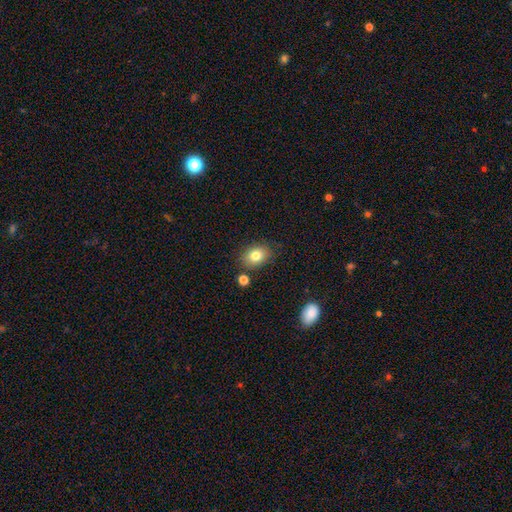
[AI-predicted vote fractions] The model was most divided on "how rounded": in between: 70%, round: 29%, cigar-shaped: 1%. More confident: smooth or featured — smooth (80%); merging — none (80%).